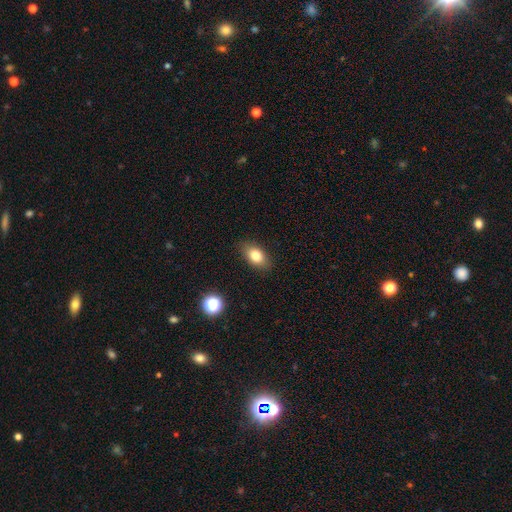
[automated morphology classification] type=smooth (81%); roundness=in between (86%); merging=none (86%).